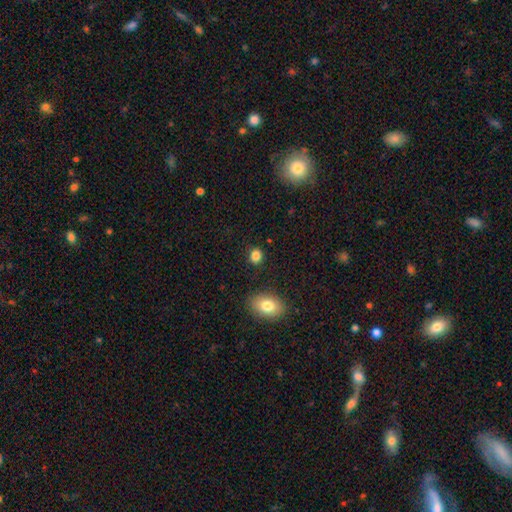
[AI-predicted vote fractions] Morphology: type=smooth (85%); roundness=round (69%); merging=none (87%).